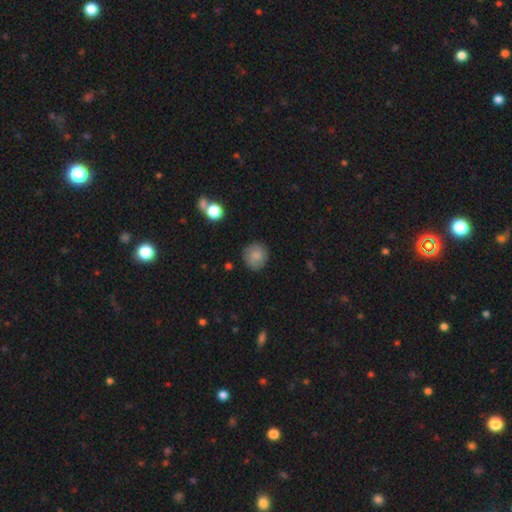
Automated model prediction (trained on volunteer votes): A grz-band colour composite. It shows a smooth galaxy with no disk features (83%) that is round (89%). Merging: none (85%).